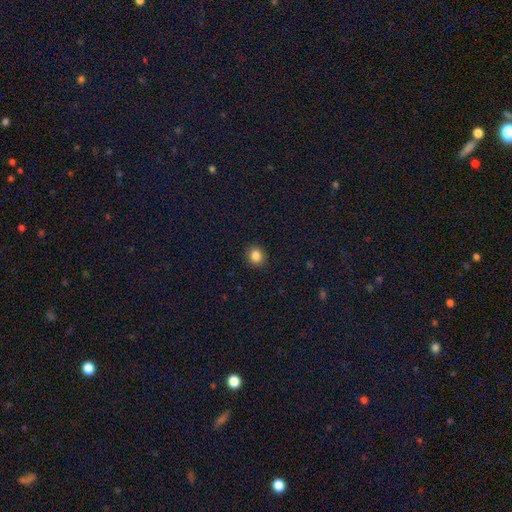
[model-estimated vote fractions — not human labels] Q: Smooth or featured?
A: smooth (85%); runner-up: star or artifact (11%)
Q: How rounded?
A: round (81%); runner-up: in between (18%)
Q: Merging?
A: none (91%); runner-up: minor disturbance (6%)